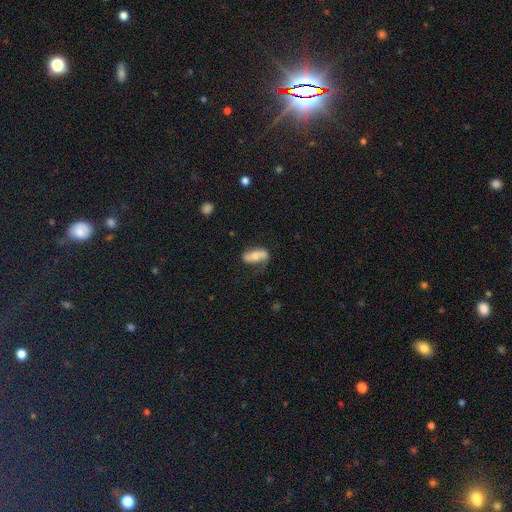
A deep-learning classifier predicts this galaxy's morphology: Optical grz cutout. It shows a smooth galaxy with no disk features (47%). Merging: none (57%).